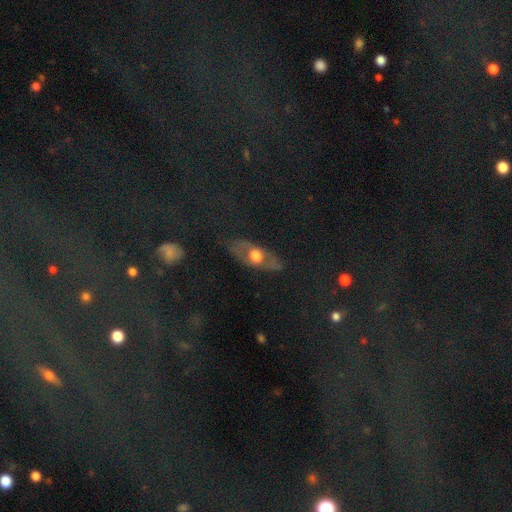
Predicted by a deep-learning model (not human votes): This is possibly a featured or disk galaxy (55%). It is possibly not viewed edge-on (53%). Merging: likely none (77%).